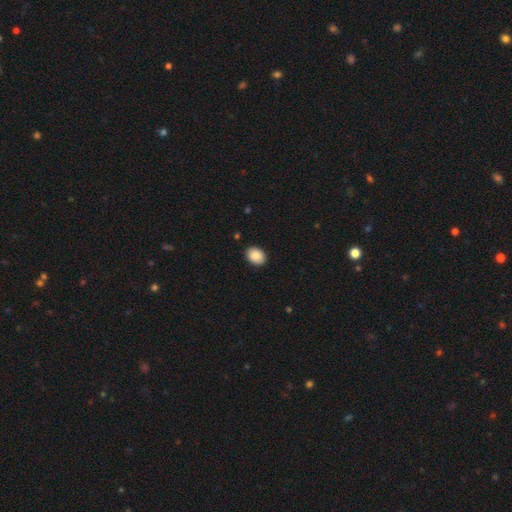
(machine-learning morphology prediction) smooth 89%, star or artifact 7%, featured or disk 3%. Down the decision tree: how rounded — in between (63%); merging — none (91%).